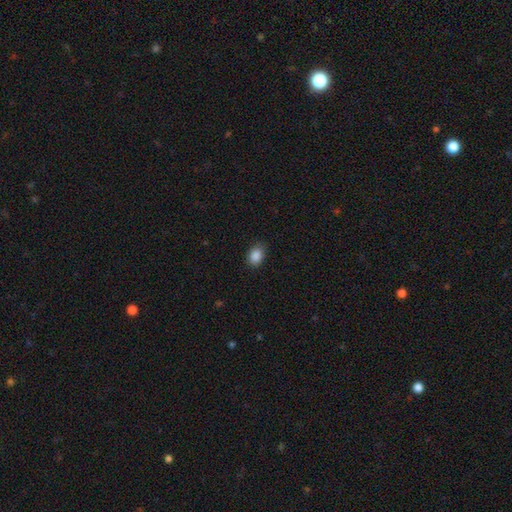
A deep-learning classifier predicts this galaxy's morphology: smooth-or-featured: smooth: 88% | star or artifact: 9% | featured or disk: 3%
  how-rounded: in between: 70% | round: 29% | cigar-shaped: 1%
  merging: none: 83% | minor disturbance: 14% | major disturbance: 3% | merger: 1%